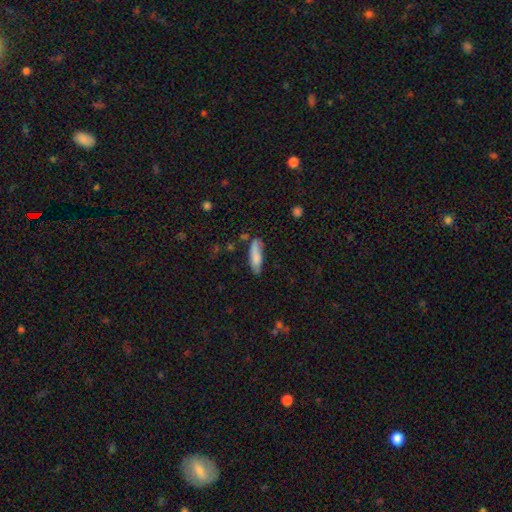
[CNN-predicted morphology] Smooth or featured?
  - smooth: 81% *
  - featured or disk: 12%
  - star or artifact: 6%
How rounded?
  - cigar-shaped: 60% *
  - in between: 39%
  - round: 2%
Merging?
  - none: 68% *
  - minor disturbance: 23%
  - major disturbance: 5%
  - merger: 5%